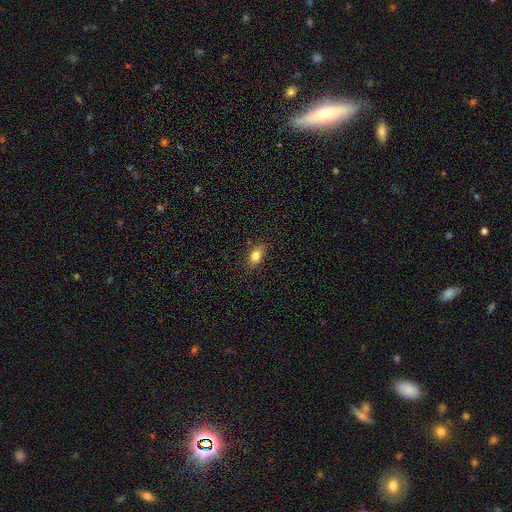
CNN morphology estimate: smooth_or_featured: smooth (p=0.79) [alt: featured or disk p=0.10]
how_rounded: in between (p=0.77) [alt: round p=0.18]
merging: none (p=0.80) [alt: minor disturbance p=0.16]